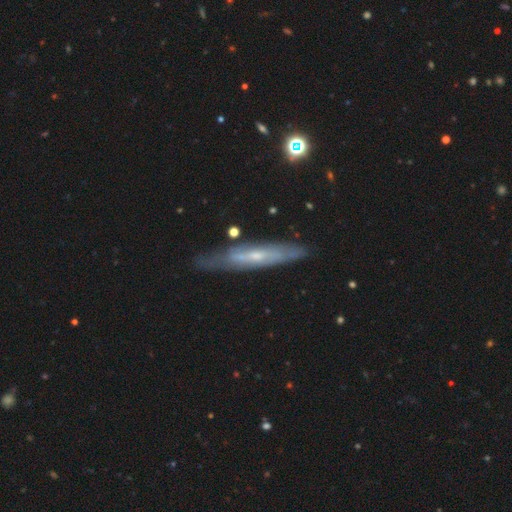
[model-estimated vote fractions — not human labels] smooth-or-featured: featured or disk: 69% | smooth: 24% | star or artifact: 7%
  disk-edge-on: yes: 65% | no: 35%
  merging: none: 78% | minor disturbance: 16% | major disturbance: 3% | merger: 2%